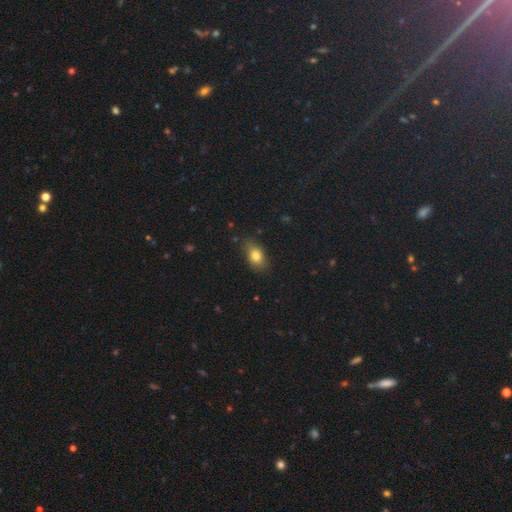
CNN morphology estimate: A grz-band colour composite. It shows a smooth galaxy with no disk features (80%) that is in between round and cigar-shaped (78%). Merging: none (75%).